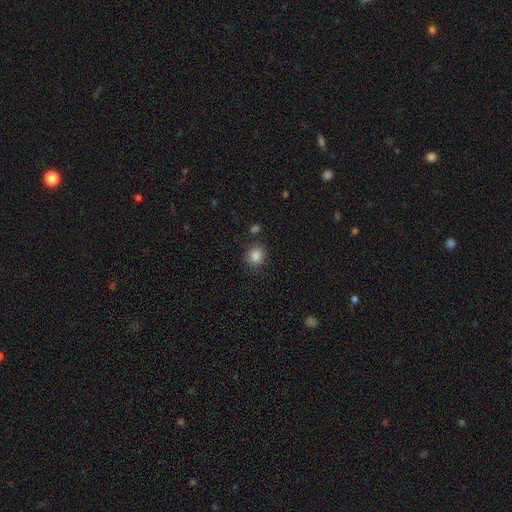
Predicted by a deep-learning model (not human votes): This is clearly a smooth galaxy (85%). How rounded: likely round (75%). Merging: clearly none (82%).